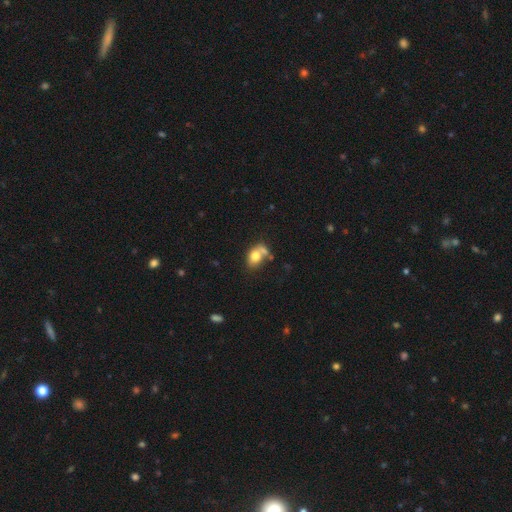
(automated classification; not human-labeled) Smooth or featured?
  - smooth: 76% *
  - featured or disk: 15%
  - star or artifact: 9%
How rounded?
  - in between: 69% *
  - round: 30%
  - cigar-shaped: 1%
Merging?
  - merger: 40% *
  - none: 36%
  - minor disturbance: 15%
  - major disturbance: 9%